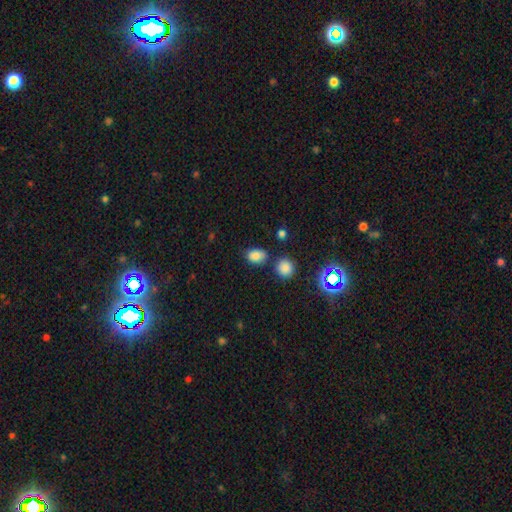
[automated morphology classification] This is clearly a smooth galaxy (83%). How rounded: clearly in between (80%). Merging: likely none (69%).